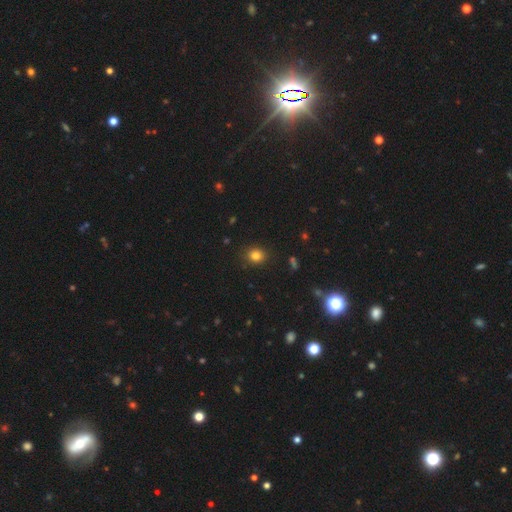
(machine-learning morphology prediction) Q: Smooth or featured?
A: smooth (82%); runner-up: star or artifact (13%)
Q: How rounded?
A: round (76%); runner-up: in between (23%)
Q: Merging?
A: none (89%); runner-up: minor disturbance (8%)